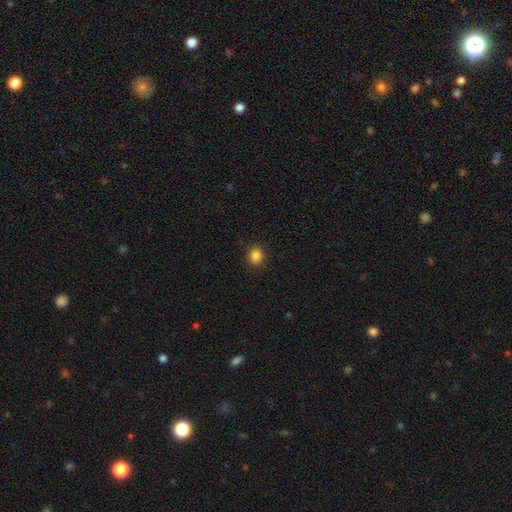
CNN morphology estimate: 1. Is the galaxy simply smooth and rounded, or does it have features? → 85% smooth, 11% star or artifact, 4% featured or disk.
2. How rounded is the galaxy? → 76% round, 23% in between, 1% cigar-shaped.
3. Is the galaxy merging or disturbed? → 91% none, 6% minor disturbance, 2% major disturbance, 1% merger.